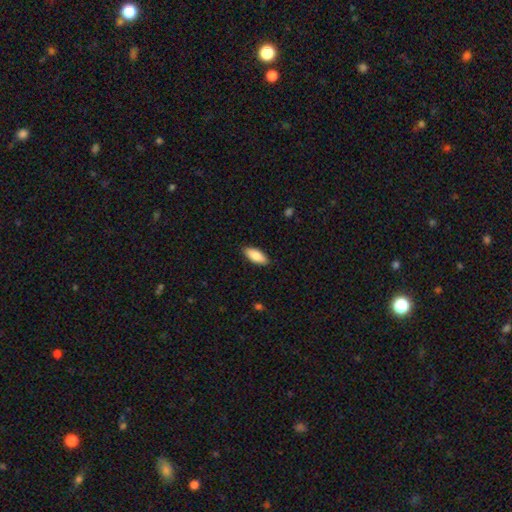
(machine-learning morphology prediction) Smooth or featured? Predicted: smooth (p=0.86). How rounded? Predicted: in between (p=0.84). Merging? Predicted: none (p=0.89).